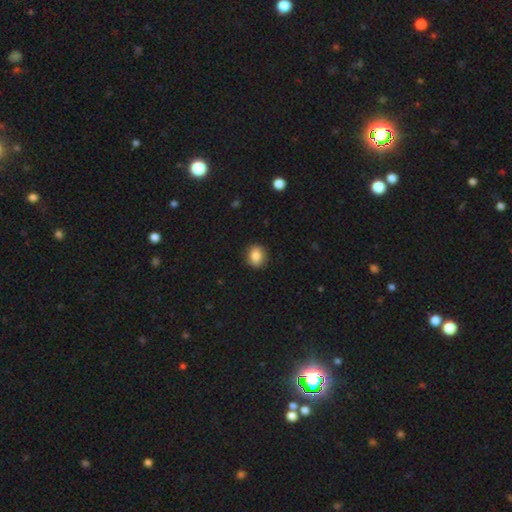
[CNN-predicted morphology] Q: Smooth or featured?
A: smooth (85%); runner-up: star or artifact (9%)
Q: How rounded?
A: round (65%); runner-up: in between (34%)
Q: Merging?
A: none (88%); runner-up: minor disturbance (9%)